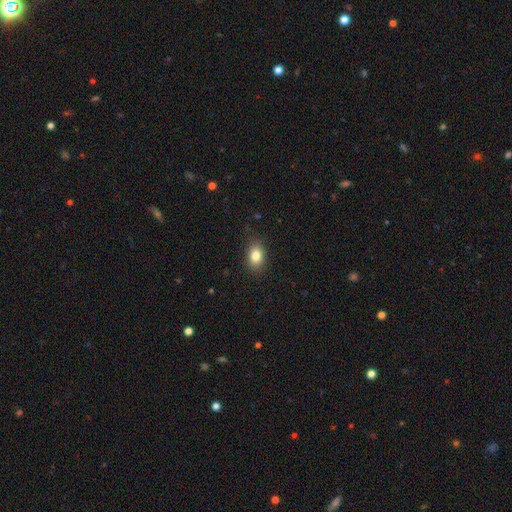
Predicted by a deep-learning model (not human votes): Morphology: type=smooth (83%); roundness=in between (74%); merging=none (88%).